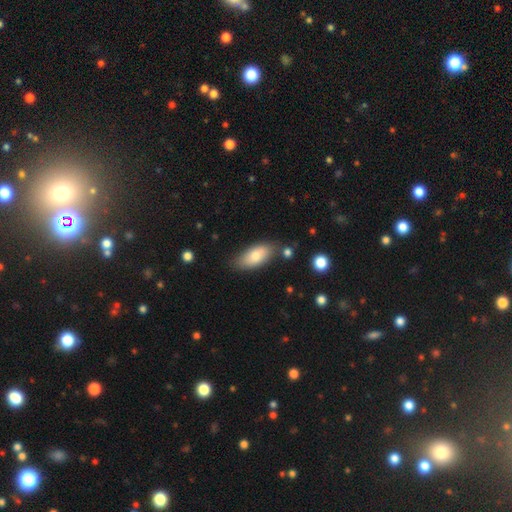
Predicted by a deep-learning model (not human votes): Smooth or featured: smooth — 77% (featured or disk — 17%)
How rounded: in between — 88% (cigar-shaped — 10%)
Merging: none — 73% (minor disturbance — 18%)